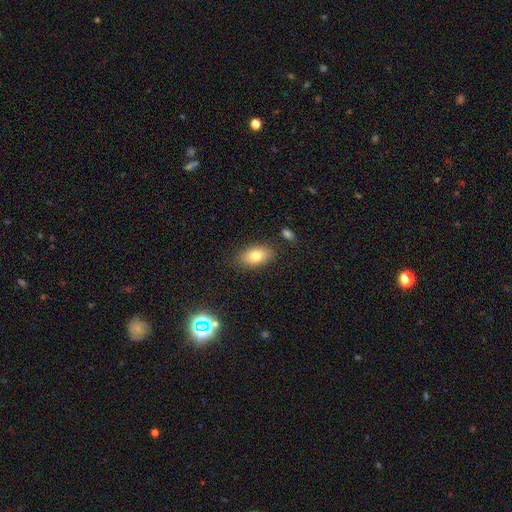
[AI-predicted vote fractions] Smooth or featured? smooth (78%)
How rounded? in between (89%)
Merging? none (83%)